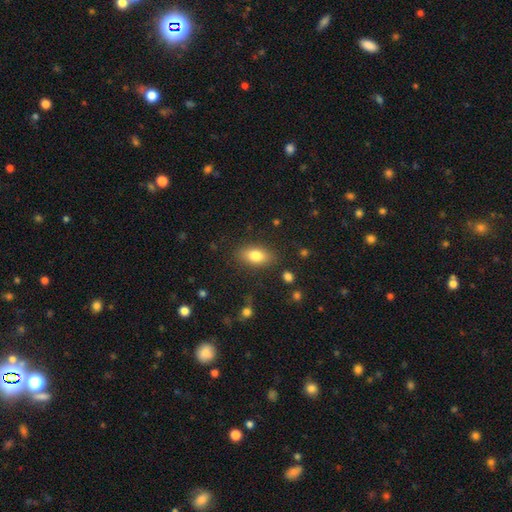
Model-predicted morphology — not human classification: smooth_or_featured: smooth (p=0.80) [alt: featured or disk p=0.12]
how_rounded: in between (p=0.87) [alt: cigar-shaped p=0.07]
merging: none (p=0.84) [alt: minor disturbance p=0.11]